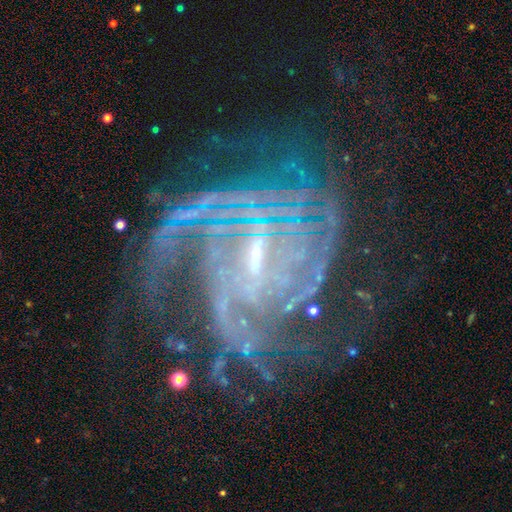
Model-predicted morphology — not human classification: This appears to be a featured or disk galaxy (89%) with a weak bar (52%), tight (57%) spiral arms (97%) and a small central bulge (65%). Merging: none (62%).